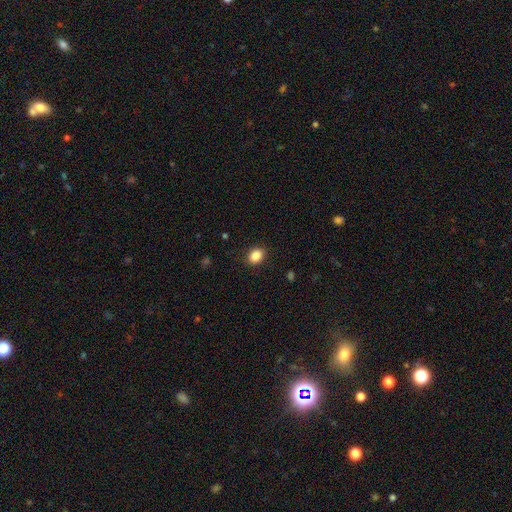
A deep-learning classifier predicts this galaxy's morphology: A smooth galaxy with no disk features (87%) that is in between round and cigar-shaped (60%). Merging: none (89%).